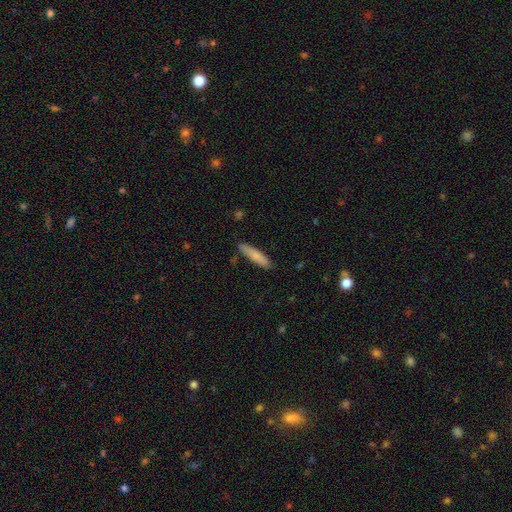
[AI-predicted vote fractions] Smooth or featured?
  - smooth: 79% *
  - featured or disk: 15%
  - star or artifact: 6%
How rounded?
  - cigar-shaped: 84% *
  - in between: 15%
  - round: 1%
Merging?
  - none: 84% *
  - minor disturbance: 12%
  - major disturbance: 2%
  - merger: 2%